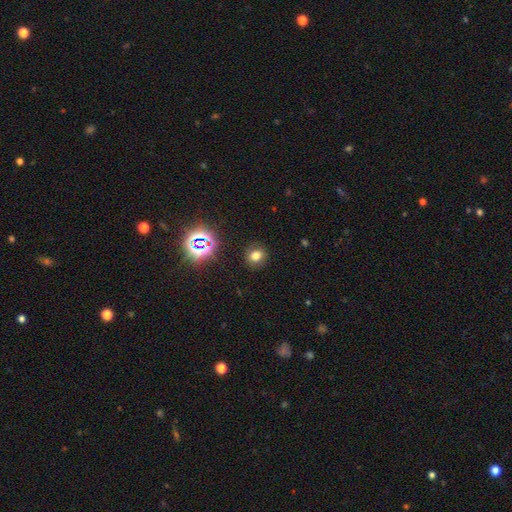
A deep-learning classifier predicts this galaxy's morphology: smooth-or-featured: smooth: 69% | star or artifact: 22% | featured or disk: 9%
  how-rounded: round: 78% | in between: 21% | cigar-shaped: 1%
  merging: none: 87% | minor disturbance: 8% | major disturbance: 3% | merger: 1%